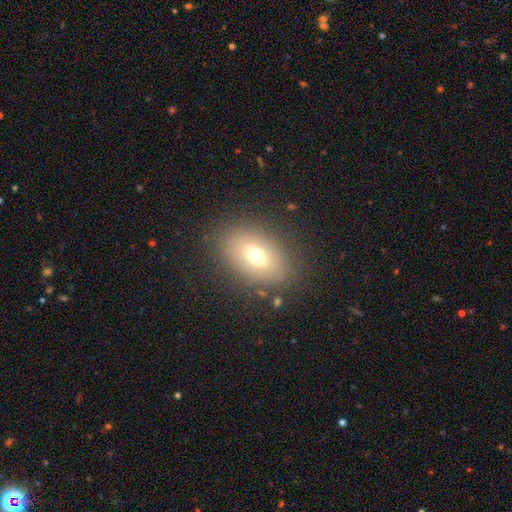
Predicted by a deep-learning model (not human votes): Q: Smooth or featured?
A: smooth (66%); runner-up: featured or disk (20%)
Q: How rounded?
A: in between (77%); runner-up: round (21%)
Q: Merging?
A: none (83%); runner-up: minor disturbance (10%)